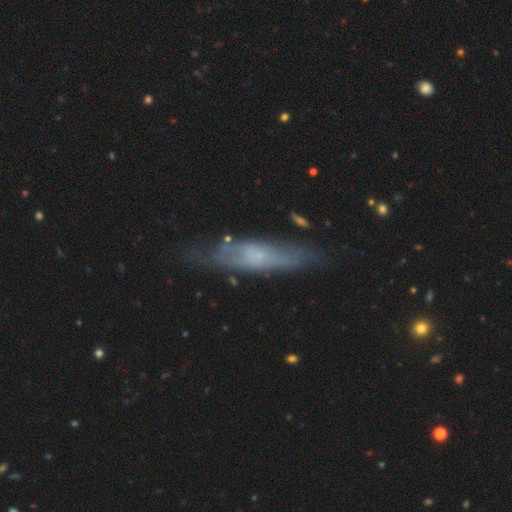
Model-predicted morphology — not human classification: type=featured or disk (51%); edge-on=yes (58%); merging=none (67%).